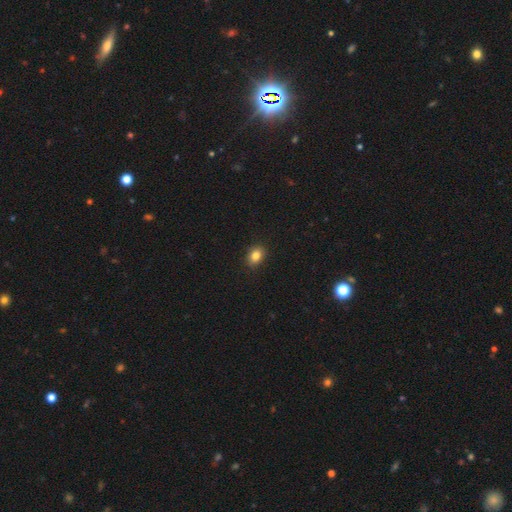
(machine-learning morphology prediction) Smooth or featured? Predicted: smooth (p=0.83). How rounded? Predicted: in between (p=0.68). Merging? Predicted: none (p=0.89).